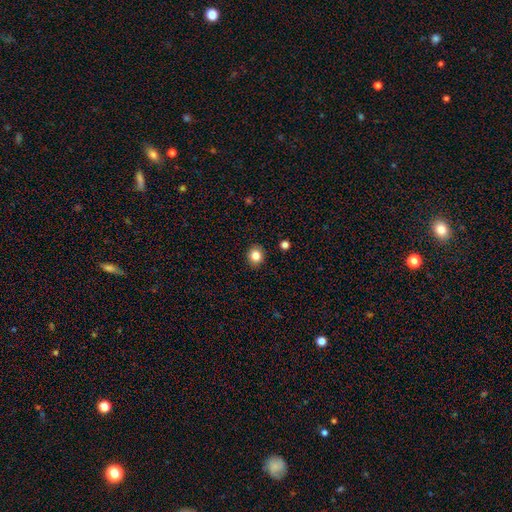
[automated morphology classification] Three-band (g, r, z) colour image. It shows a smooth galaxy with no disk features (84%) that is round (79%). Merging: none (90%).